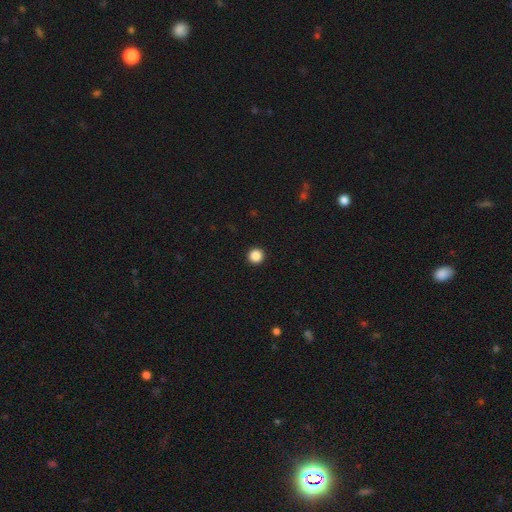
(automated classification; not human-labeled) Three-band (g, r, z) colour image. It shows a smooth galaxy with no disk features (87%) that is round (96%). Merging: none (94%).